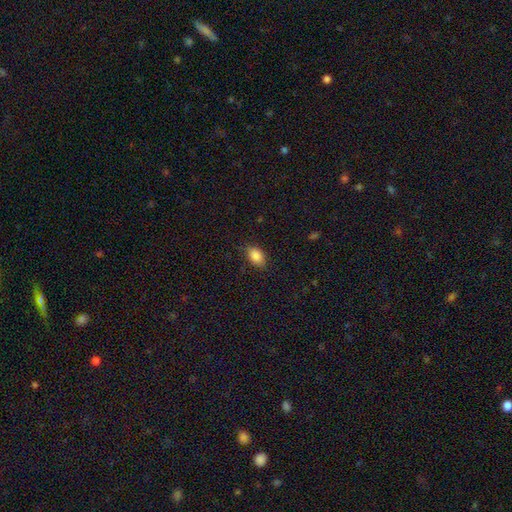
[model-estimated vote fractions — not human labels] A smooth galaxy with no disk features (87%) that is in between round and cigar-shaped (89%).

Vote fractions:
- Smooth or featured? smooth: 87% / star or artifact: 8% / featured or disk: 5%
- How rounded? in between: 89% / round: 10% / cigar-shaped: 2%
- Merging? none: 83% / minor disturbance: 13% / major disturbance: 3% / merger: 1%